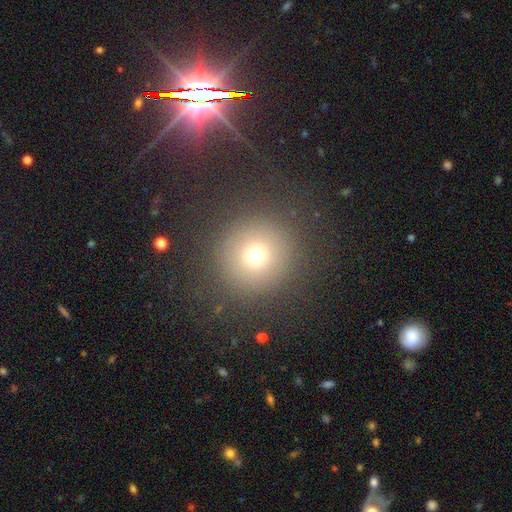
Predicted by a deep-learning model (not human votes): Smooth or featured?
  - smooth: 69% *
  - star or artifact: 20%
  - featured or disk: 11%
How rounded?
  - round: 94% *
  - in between: 5%
  - cigar-shaped: 1%
Merging?
  - none: 85% *
  - minor disturbance: 7%
  - major disturbance: 6%
  - merger: 2%